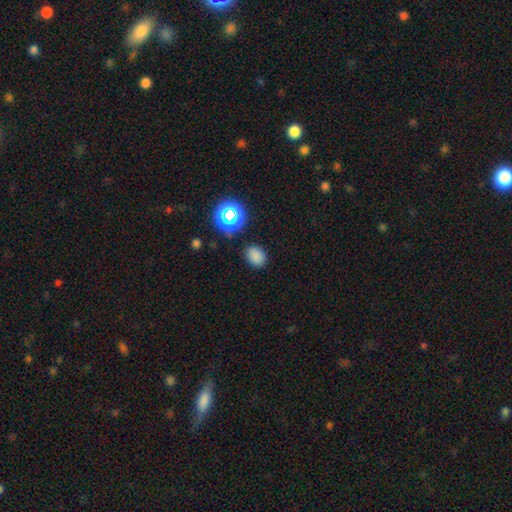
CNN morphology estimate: Smooth or featured: smooth — 77% (star or artifact — 17%)
How rounded: in between — 60% (round — 39%)
Merging: none — 82% (minor disturbance — 12%)